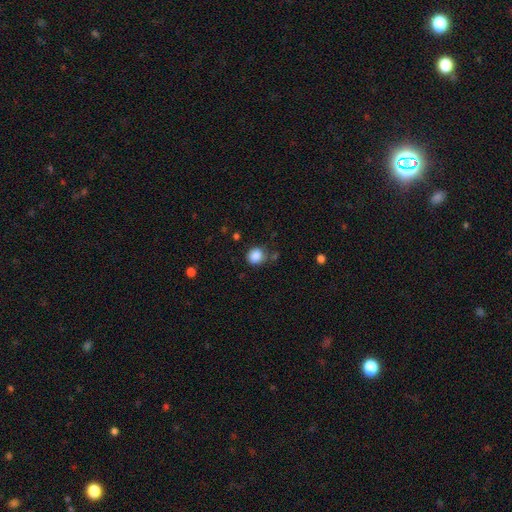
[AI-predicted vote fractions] The model was most divided on "merging": none: 72%, minor disturbance: 18%, major disturbance: 5%, merger: 5%. More confident: smooth or featured — smooth (87%); how rounded — round (80%).